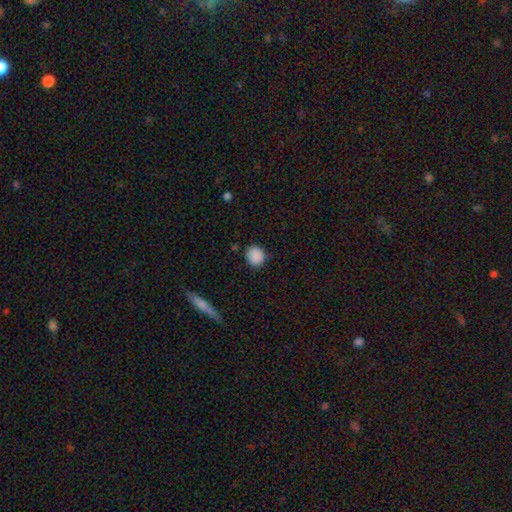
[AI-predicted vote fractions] Q: Smooth or featured?
A: smooth (88%); runner-up: star or artifact (9%)
Q: How rounded?
A: round (79%); runner-up: in between (20%)
Q: Merging?
A: none (84%); runner-up: minor disturbance (12%)